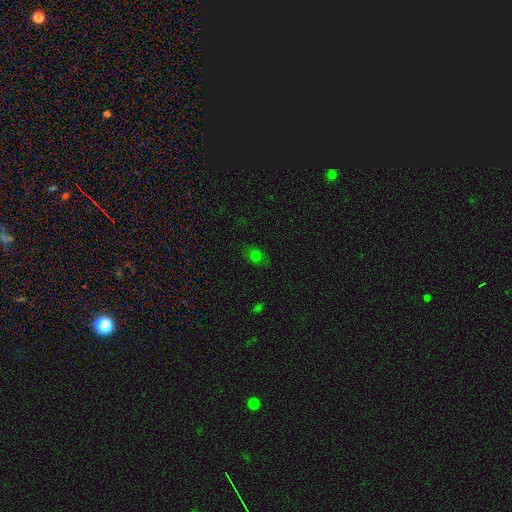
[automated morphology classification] smooth 67%, star or artifact 23%, featured or disk 10%. Down the decision tree: how rounded — in between (53%); merging — none (81%).